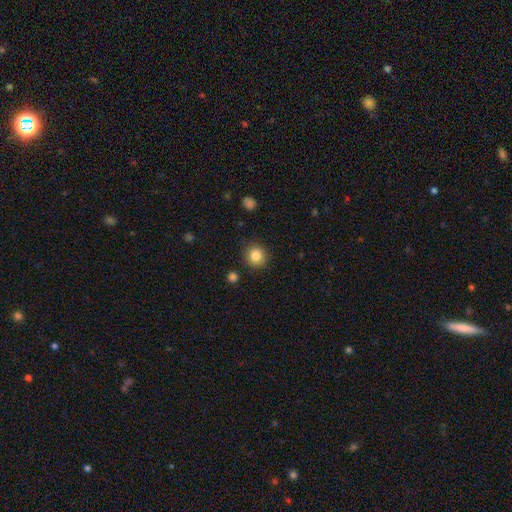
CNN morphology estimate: A smooth galaxy with no disk features (85%) that is round (92%). Merging: none (88%).